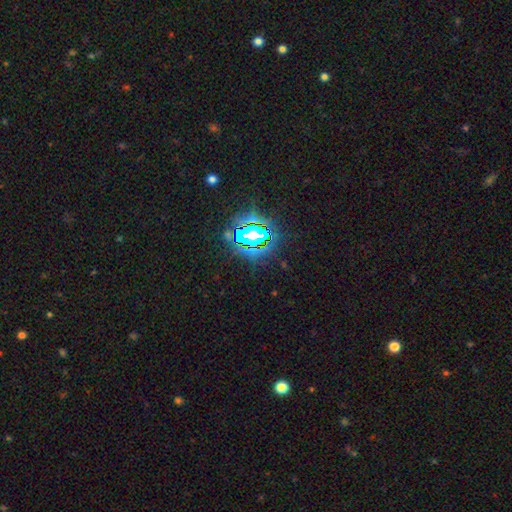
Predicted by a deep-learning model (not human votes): A star or artifact, not a galaxy (81%).

Vote fractions:
- Smooth or featured? star or artifact: 81% / smooth: 11% / featured or disk: 8%